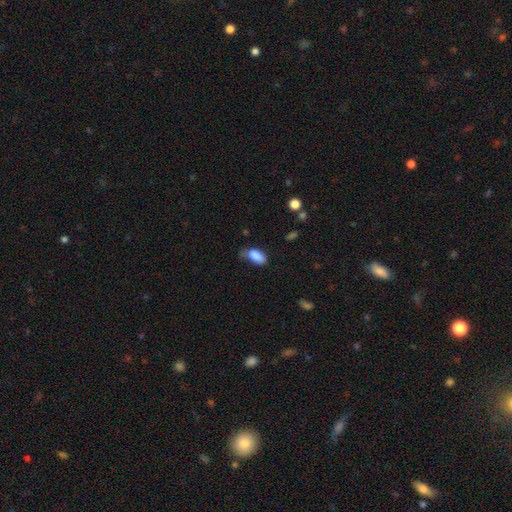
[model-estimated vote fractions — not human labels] Smooth or featured? smooth (85%)
How rounded? in between (91%)
Merging? none (44%)